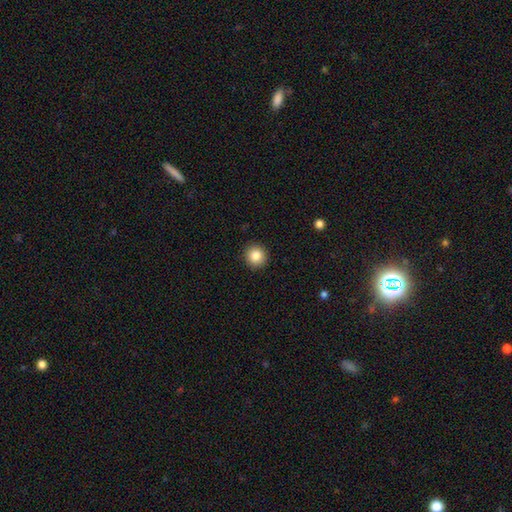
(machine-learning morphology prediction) A smooth galaxy with no disk features (85%) that is round (93%).

Vote fractions:
- Smooth or featured? smooth: 85% / star or artifact: 9% / featured or disk: 6%
- How rounded? round: 93% / in between: 6% / cigar-shaped: 1%
- Merging? none: 92% / minor disturbance: 5% / major disturbance: 2% / merger: 1%